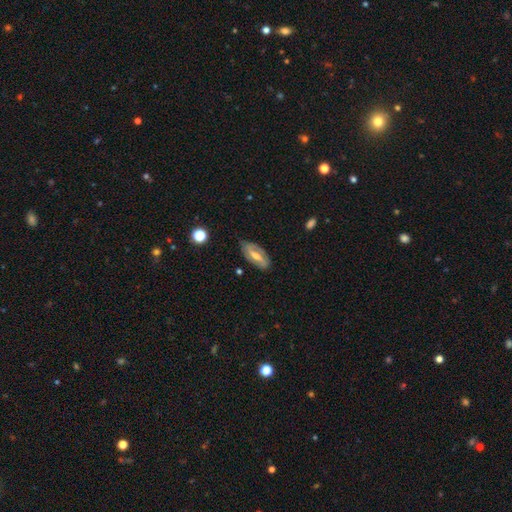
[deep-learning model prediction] The model was most divided on "bar": strong: 45%, weak: 36%, no: 19%. More confident: edge-on disk — no (82%); merging — none (79%); smooth or featured — featured or disk (63%); spiral arms — yes (62%); bulge size — moderate (59%).